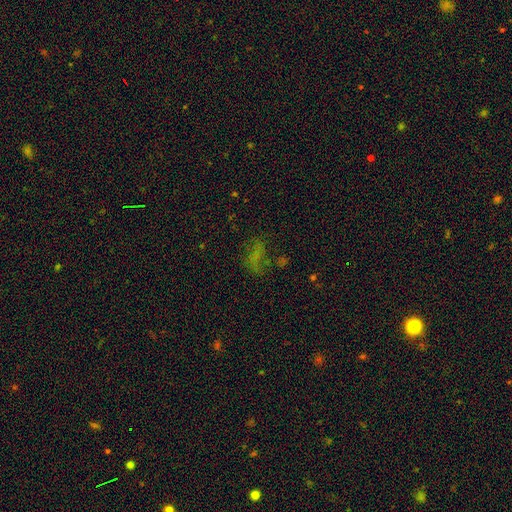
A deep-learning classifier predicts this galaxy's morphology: smooth-or-featured: smooth: 44% | star or artifact: 33% | featured or disk: 23%
  merging: none: 50% | major disturbance: 24% | minor disturbance: 20% | merger: 7%